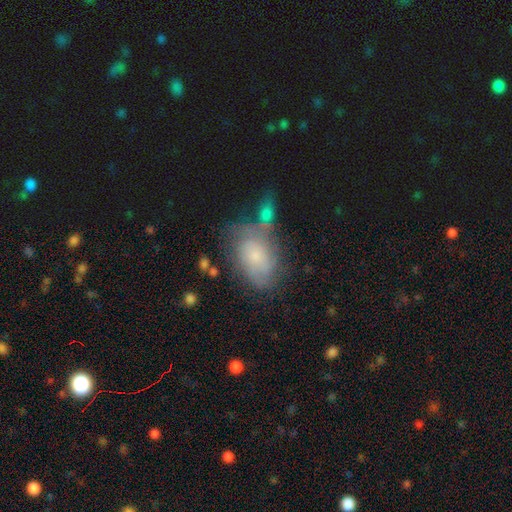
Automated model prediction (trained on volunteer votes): Overall: smooth (51%; featured or disk 40%). How rounded: in between (85%). Merging: none (47%; minor disturbance 25%).